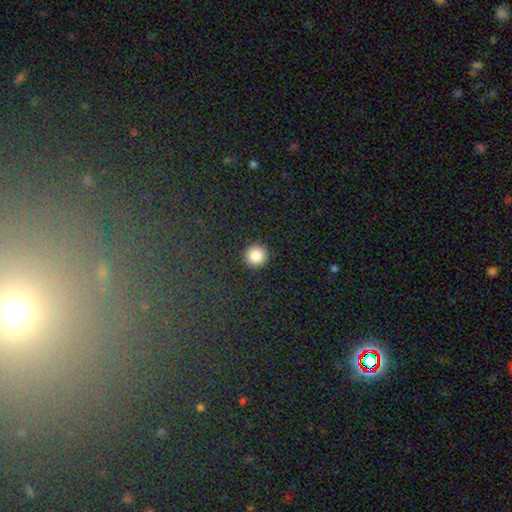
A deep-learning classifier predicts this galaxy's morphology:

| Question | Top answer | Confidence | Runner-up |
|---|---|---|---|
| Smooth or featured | smooth | 86% | star or artifact (10%) |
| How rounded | round | 96% | in between (3%) |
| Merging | none | 92% | minor disturbance (5%) |